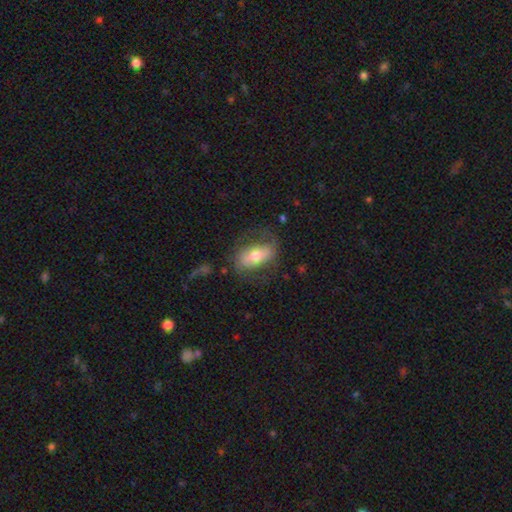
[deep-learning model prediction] Morphology: type=featured or disk (48%); merging=none (62%).